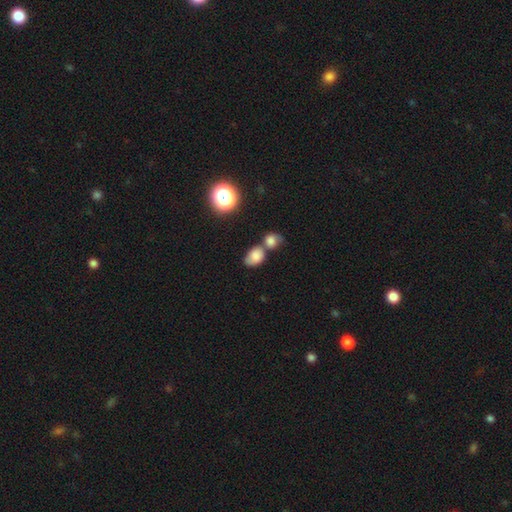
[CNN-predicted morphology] Smooth or featured? Predicted: smooth (p=0.77). How rounded? Predicted: in between (p=0.73). Merging? Predicted: merger (p=0.48).